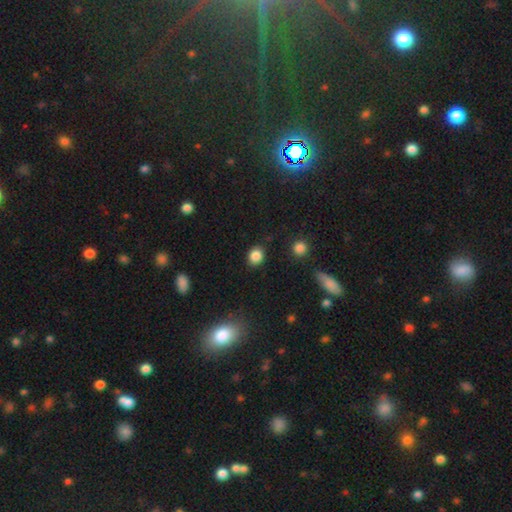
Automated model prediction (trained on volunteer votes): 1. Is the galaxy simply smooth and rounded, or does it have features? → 85% smooth, 10% star or artifact, 4% featured or disk.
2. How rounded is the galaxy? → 60% round, 39% in between, 1% cigar-shaped.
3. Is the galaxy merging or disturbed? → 86% none, 9% minor disturbance, 3% major disturbance, 2% merger.